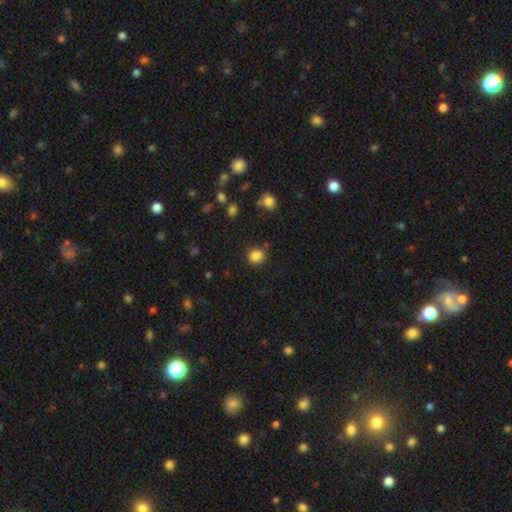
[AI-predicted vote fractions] A smooth galaxy with no disk features (84%) that is round (80%).

Vote fractions:
- Smooth or featured? smooth: 84% / star or artifact: 12% / featured or disk: 4%
- How rounded? round: 80% / in between: 19% / cigar-shaped: 1%
- Merging? none: 81% / minor disturbance: 11% / merger: 4% / major disturbance: 3%